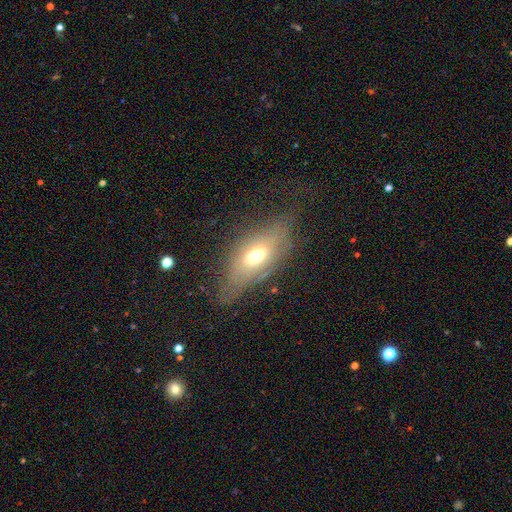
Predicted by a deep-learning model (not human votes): Smooth or featured? smooth (51%)
How rounded? in between (74%)
Merging? none (57%)